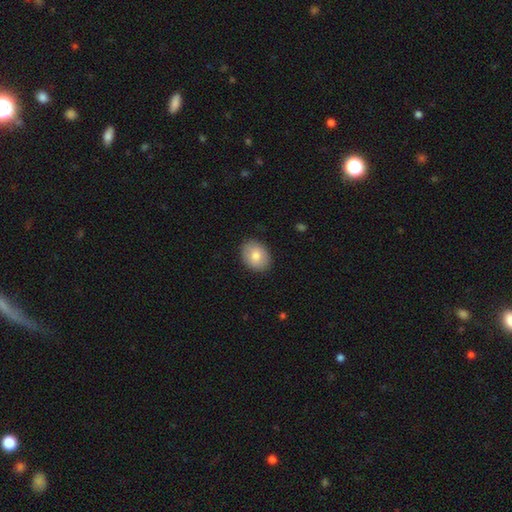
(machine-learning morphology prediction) Q: Smooth or featured?
A: smooth (80%); runner-up: featured or disk (13%)
Q: How rounded?
A: in between (60%); runner-up: round (39%)
Q: Merging?
A: none (88%); runner-up: minor disturbance (9%)